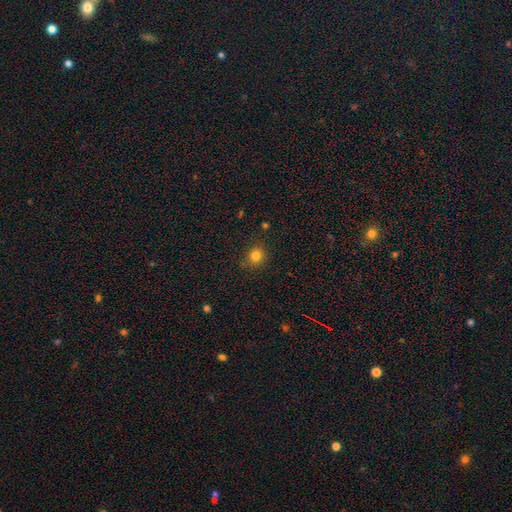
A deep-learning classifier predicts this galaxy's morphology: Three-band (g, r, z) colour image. It shows a smooth galaxy with no disk features (82%) that is round (82%). Merging: none (85%).